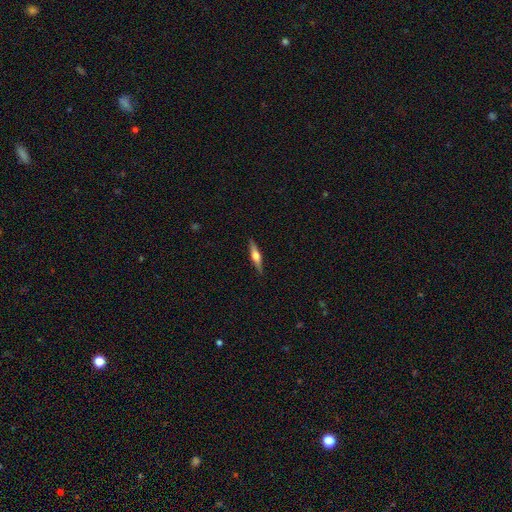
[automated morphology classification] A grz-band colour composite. It shows a featured or disk galaxy (63%) viewed edge-on (97%) with a rounded central bulge (92%). Merging: none (90%).